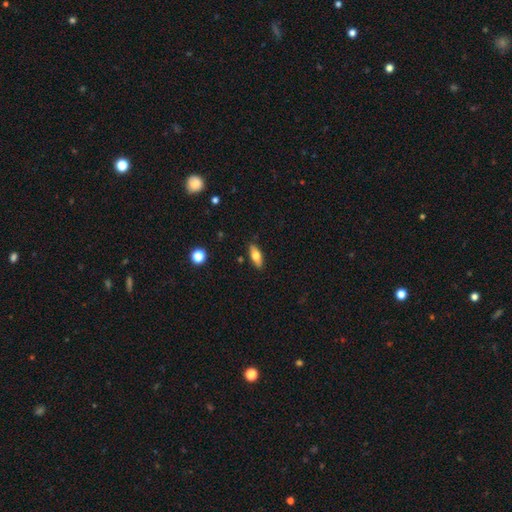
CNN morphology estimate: This appears to be a smooth galaxy with no disk features (65%) that is in between round and cigar-shaped (74%). Merging: none (87%).